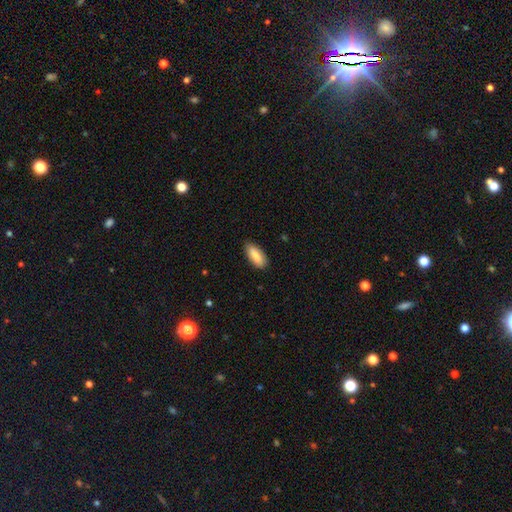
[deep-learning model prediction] smooth-or-featured: smooth: 84% | featured or disk: 10% | star or artifact: 6%
  how-rounded: in between: 82% | cigar-shaped: 16% | round: 2%
  merging: none: 84% | minor disturbance: 13% | major disturbance: 2% | merger: 1%